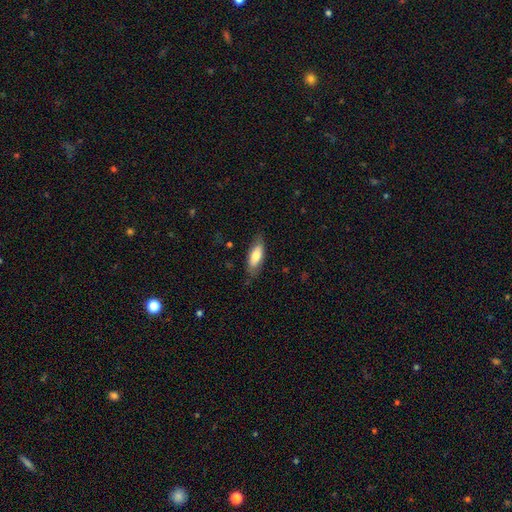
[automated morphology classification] Smooth or featured? smooth (74%)
How rounded? in between (71%)
Merging? none (77%)